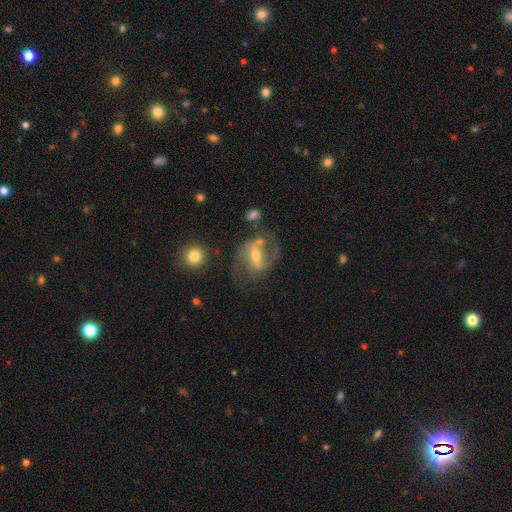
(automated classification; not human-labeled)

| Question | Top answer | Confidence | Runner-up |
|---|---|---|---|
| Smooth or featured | featured or disk | 79% | smooth (14%) |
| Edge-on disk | no | 95% | yes (5%) |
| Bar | strong | 51% | weak (35%) |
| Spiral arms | yes | 86% | no (14%) |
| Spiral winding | medium | 53% | loose (30%) |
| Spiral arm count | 2 | 86% | can't tell (7%) |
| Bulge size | moderate | 57% | small (35%) |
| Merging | none | 59% | minor disturbance (18%) |